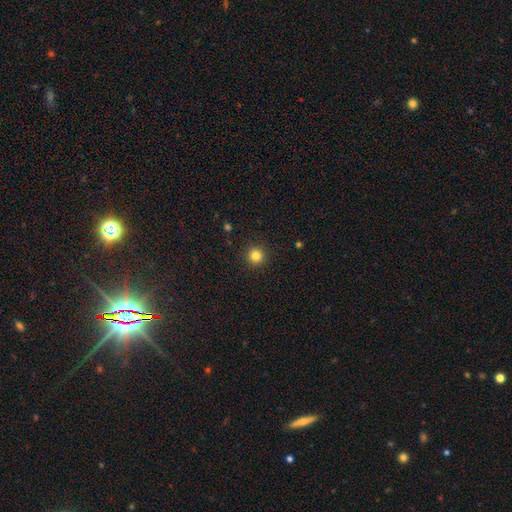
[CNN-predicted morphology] The model was most divided on "smooth or featured": smooth: 83%, star or artifact: 13%, featured or disk: 5%. More confident: how rounded — round (95%); merging — none (92%).